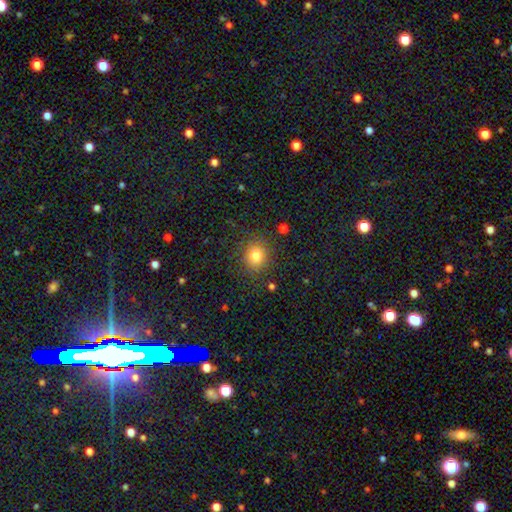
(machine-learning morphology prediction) A smooth galaxy with no disk features (80%) that is round (86%).

Vote fractions:
- Smooth or featured? smooth: 80% / star or artifact: 14% / featured or disk: 6%
- How rounded? round: 86% / in between: 13% / cigar-shaped: 1%
- Merging? none: 88% / minor disturbance: 8% / major disturbance: 3% / merger: 2%